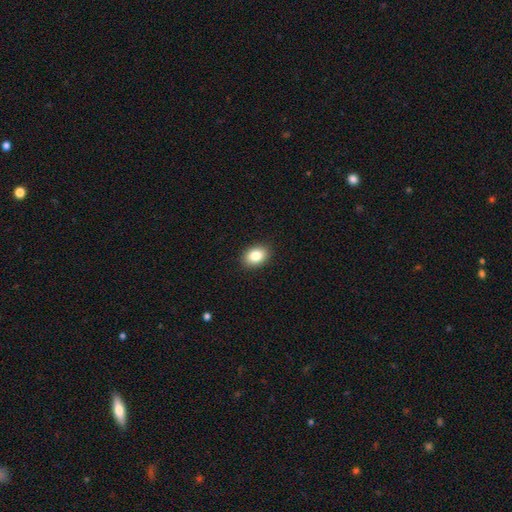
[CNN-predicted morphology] Overall: smooth (85%). How rounded: in between (77%). Merging: none (90%).